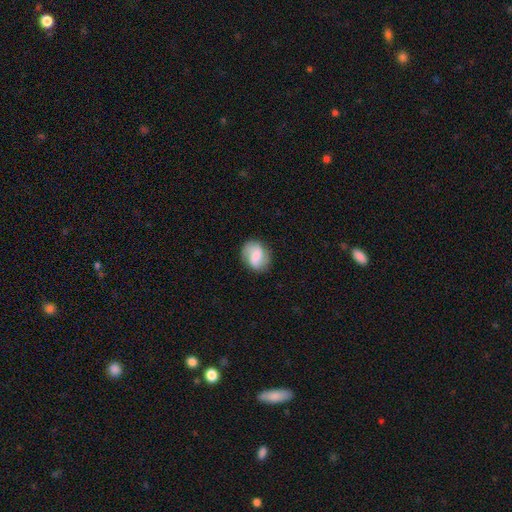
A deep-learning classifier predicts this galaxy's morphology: A featured or disk galaxy (46%).

Vote fractions:
- Smooth or featured? featured or disk: 46% / smooth: 45% / star or artifact: 8%
- Merging? none: 77% / minor disturbance: 16% / major disturbance: 6% / merger: 1%